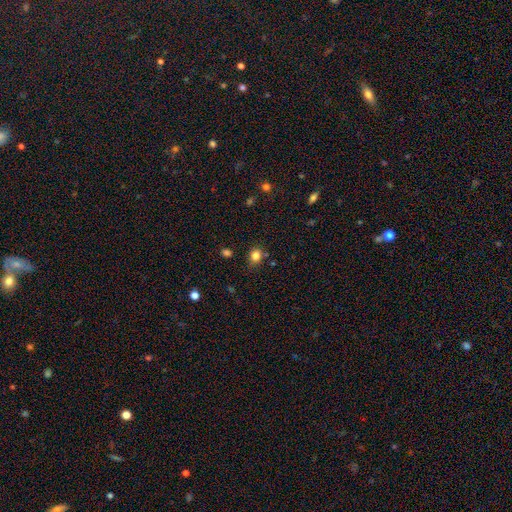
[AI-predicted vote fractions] Smooth or featured? Predicted: smooth (p=0.82). How rounded? Predicted: round (p=0.71). Merging? Predicted: none (p=0.78).